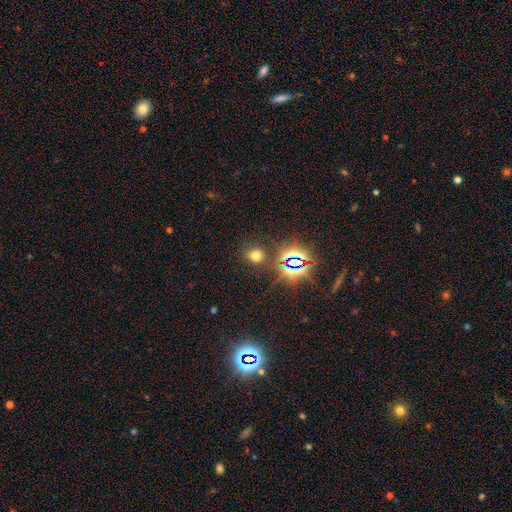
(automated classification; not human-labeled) Smooth or featured? Predicted: smooth (p=0.59). How rounded? Predicted: round (p=0.73). Merging? Predicted: none (p=0.84).